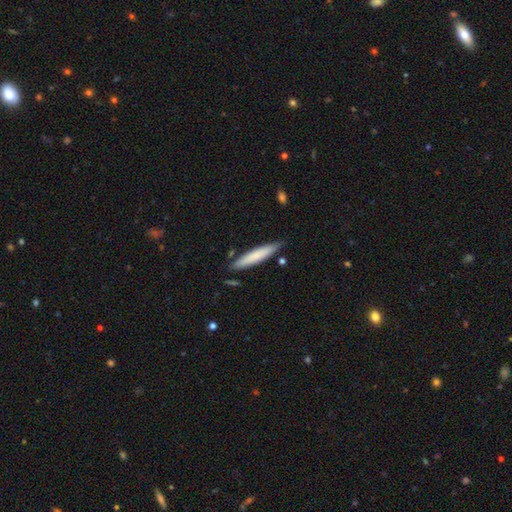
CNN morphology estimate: A smooth galaxy with no disk features (73%) that is cigar-shaped (91%). Merging: none (83%).